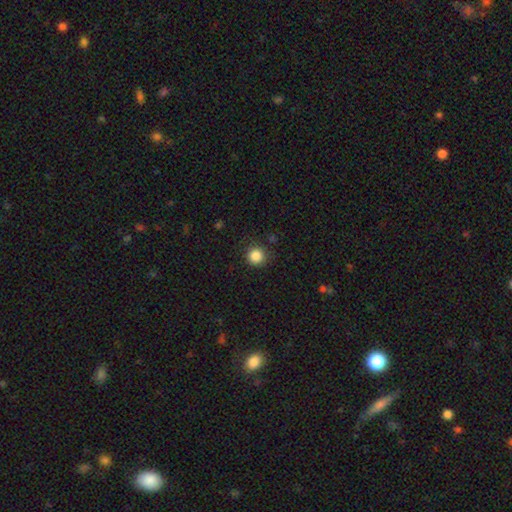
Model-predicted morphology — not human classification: This is clearly a smooth galaxy (86%). How rounded: clearly round (94%). Merging: clearly none (87%).